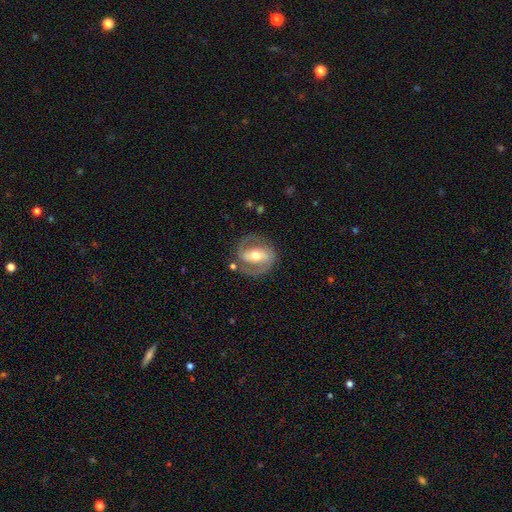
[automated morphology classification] This appears to be a featured or disk galaxy (81%) with a strong bar (50%), 2 (87%) medium (50%) spiral arms (88%) and a moderate central bulge (66%). Merging: none (77%).